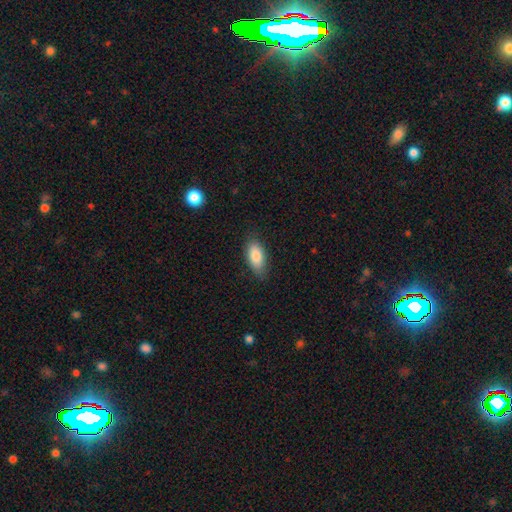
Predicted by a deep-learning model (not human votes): Overall: smooth (84%). How rounded: in between (88%). Merging: none (82%).